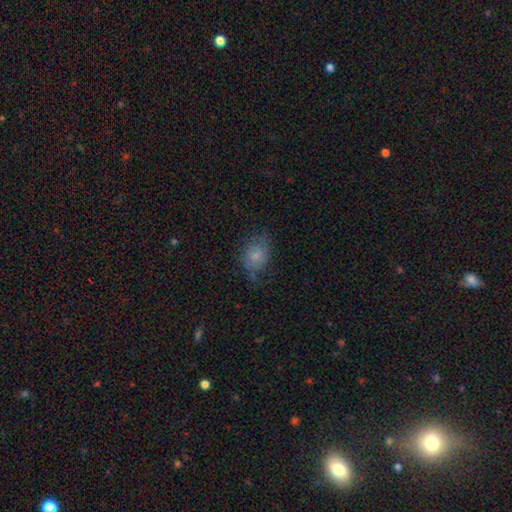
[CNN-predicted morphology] Smooth or featured? smooth (67%)
How rounded? in between (62%)
Merging? none (60%)